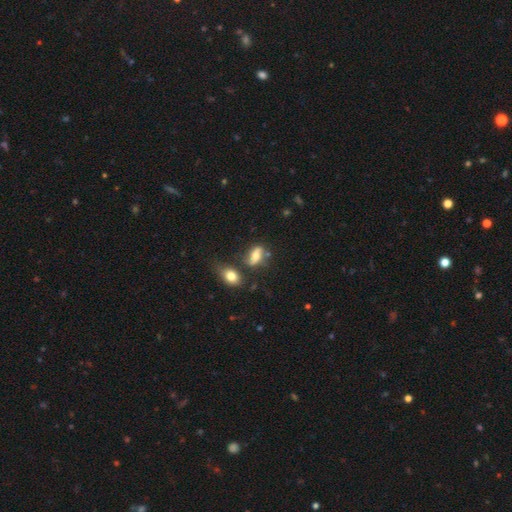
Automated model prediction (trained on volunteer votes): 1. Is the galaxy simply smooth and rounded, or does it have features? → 48% smooth, 41% featured or disk, 11% star or artifact.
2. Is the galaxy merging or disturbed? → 59% none, 20% minor disturbance, 13% merger, 9% major disturbance.